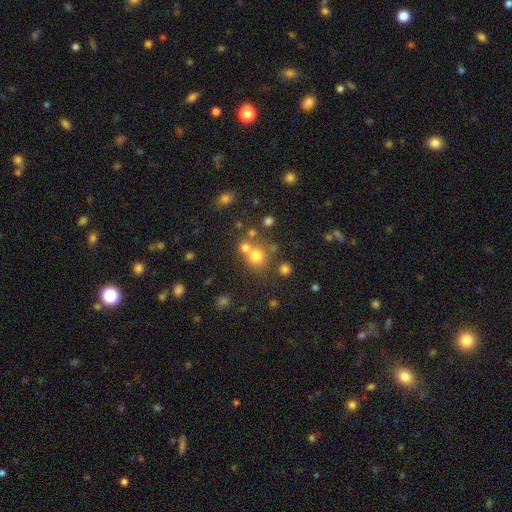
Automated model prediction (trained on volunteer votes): This is likely a smooth galaxy (71%). How rounded: clearly round (86%). Merging: possibly none (53%).